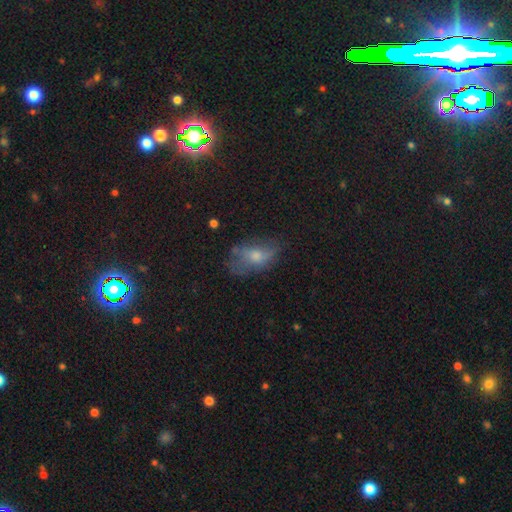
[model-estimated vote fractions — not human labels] Smooth or featured? Predicted: smooth (p=0.50). Merging? Predicted: none (p=0.46).